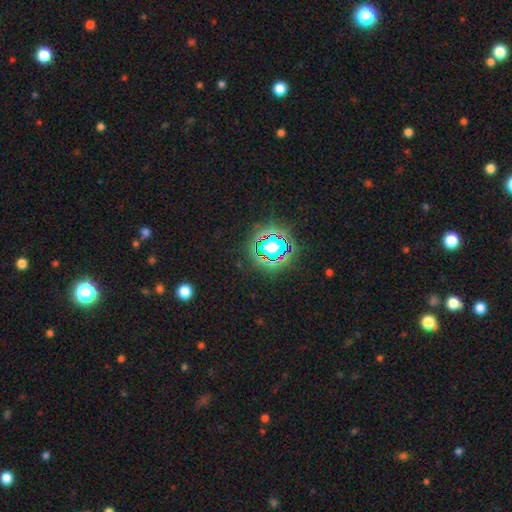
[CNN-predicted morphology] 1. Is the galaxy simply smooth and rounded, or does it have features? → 80% star or artifact, 12% smooth, 8% featured or disk.